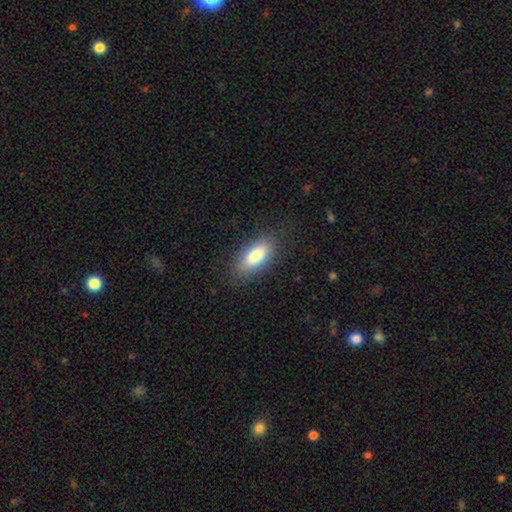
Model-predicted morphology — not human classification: Smooth or featured: smooth — 80% (featured or disk — 14%)
How rounded: in between — 84% (cigar-shaped — 13%)
Merging: none — 84% (minor disturbance — 12%)